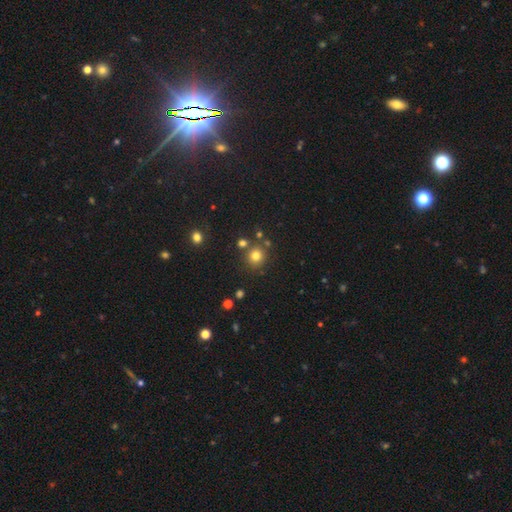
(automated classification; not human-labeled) Smooth or featured? Predicted: smooth (p=0.77). How rounded? Predicted: round (p=0.90). Merging? Predicted: none (p=0.79).